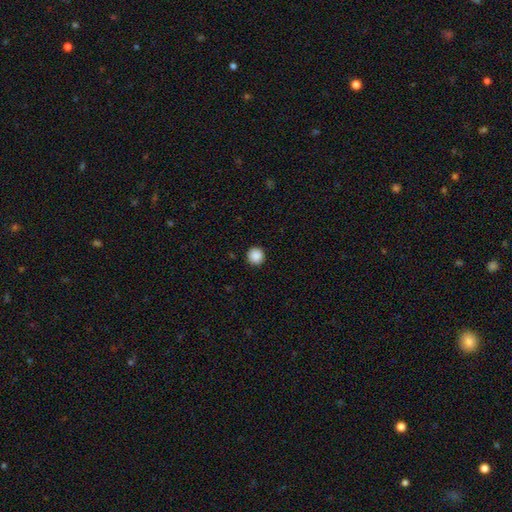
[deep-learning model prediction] smooth_or_featured: smooth (p=0.89) [alt: star or artifact p=0.09]
how_rounded: round (p=0.96) [alt: in between p=0.03]
merging: none (p=0.93) [alt: minor disturbance p=0.04]